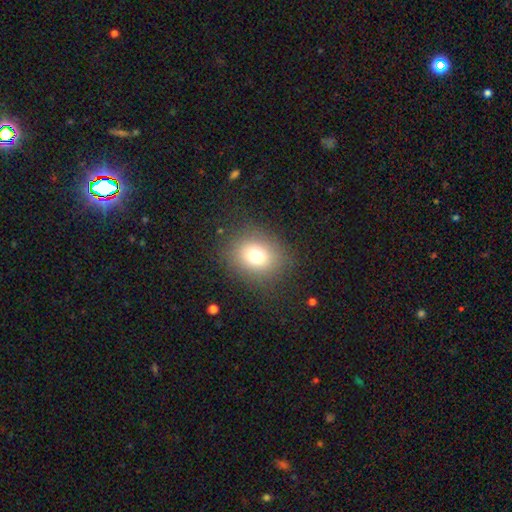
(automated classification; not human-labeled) smooth_or_featured: smooth (p=0.73) [alt: star or artifact p=0.15]
how_rounded: round (p=0.69) [alt: in between p=0.30]
merging: none (p=0.84) [alt: minor disturbance p=0.09]